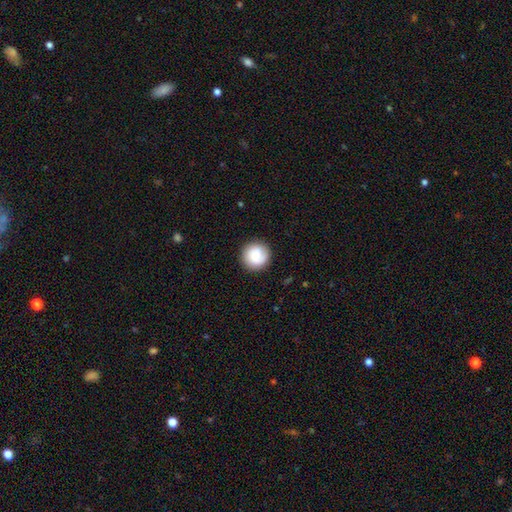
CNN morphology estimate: Smooth or featured? Predicted: smooth (p=0.76). How rounded? Predicted: round (p=0.95). Merging? Predicted: none (p=0.88).